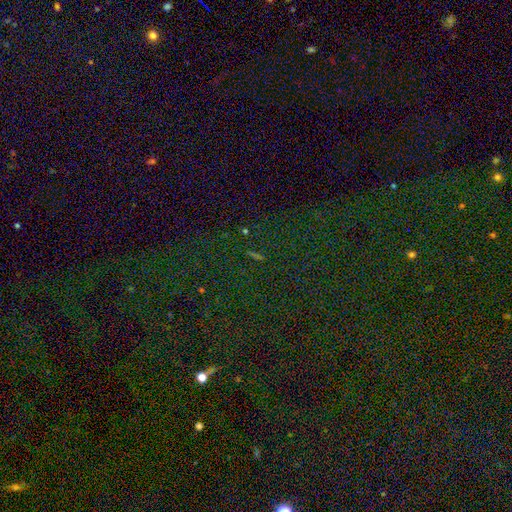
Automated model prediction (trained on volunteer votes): star or artifact 78%, smooth 13%, featured or disk 9%.